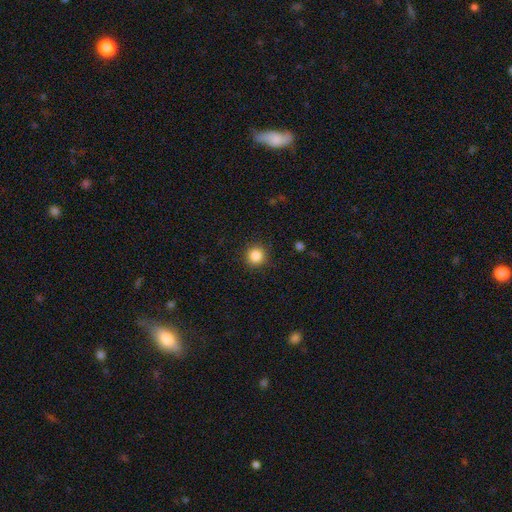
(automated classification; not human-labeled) Morphology: type=smooth (86%); roundness=round (94%); merging=none (90%).